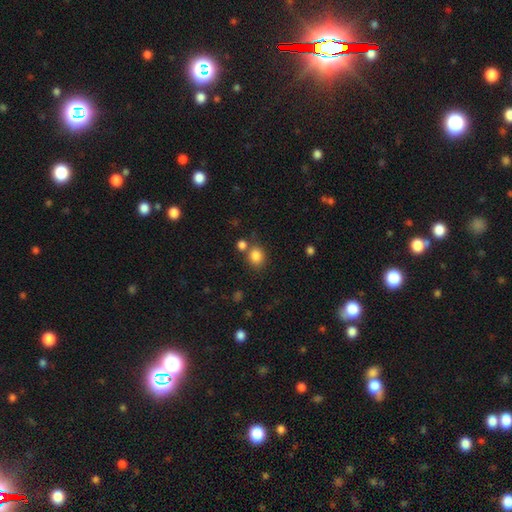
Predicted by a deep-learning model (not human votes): smooth_or_featured: smooth (p=0.84) [alt: star or artifact p=0.11]
how_rounded: round (p=0.69) [alt: in between p=0.30]
merging: none (p=0.67) [alt: merger p=0.18]